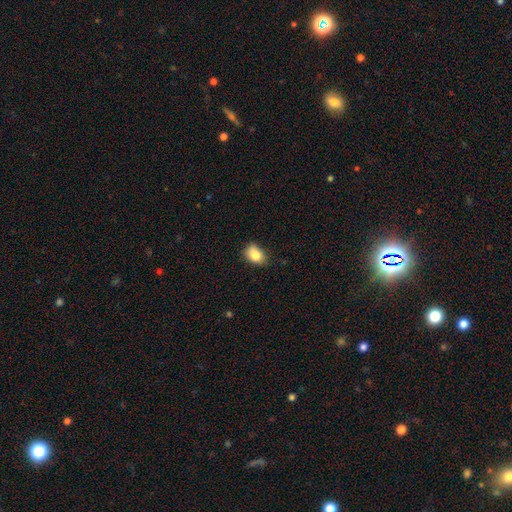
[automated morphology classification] Smooth or featured? smooth (82%)
How rounded? in between (76%)
Merging? none (64%)